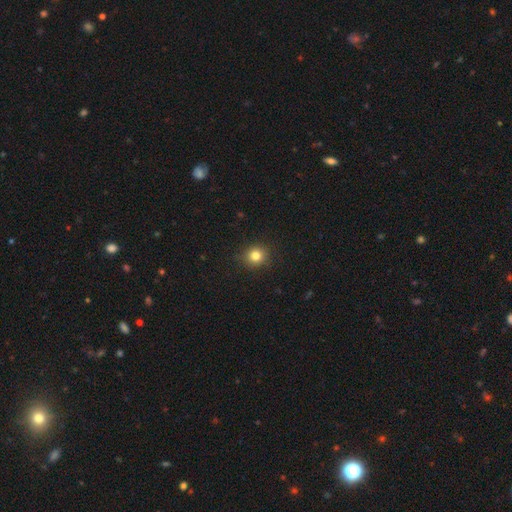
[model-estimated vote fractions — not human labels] Overall: smooth (81%). How rounded: round (87%). Merging: none (89%).